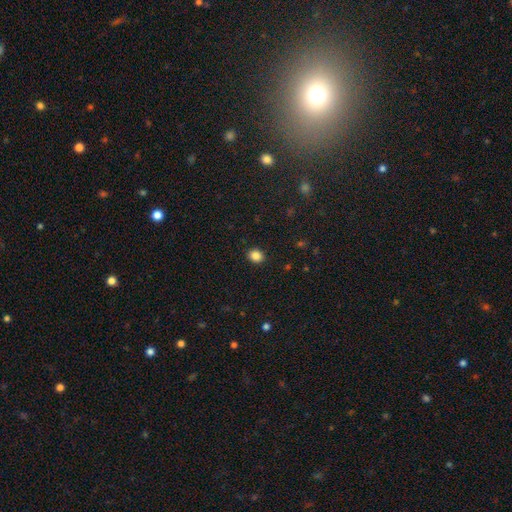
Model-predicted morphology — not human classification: smooth 86%, star or artifact 11%, featured or disk 3%. Down the decision tree: how rounded — round (62%); merging — none (91%).